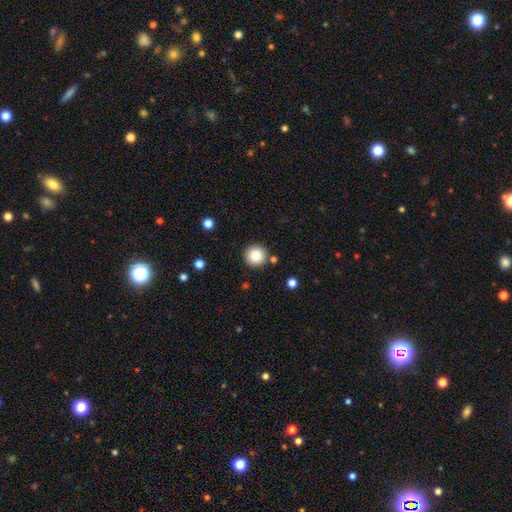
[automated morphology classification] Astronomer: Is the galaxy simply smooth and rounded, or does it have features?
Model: smooth — 85%.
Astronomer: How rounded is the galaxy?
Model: round — 96%.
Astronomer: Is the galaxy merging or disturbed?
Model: none — 87%.